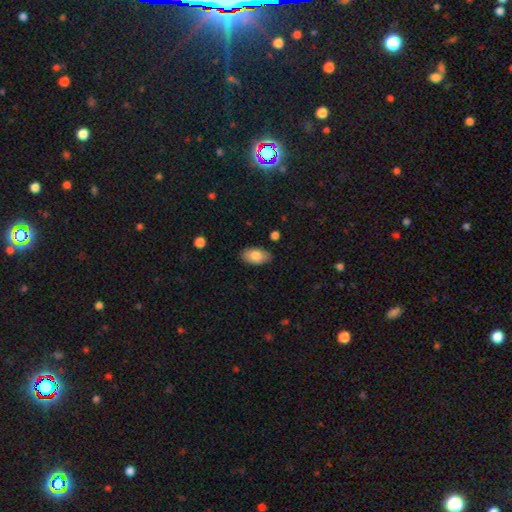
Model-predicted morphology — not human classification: A smooth galaxy with no disk features (80%) that is in between round and cigar-shaped (94%). Merging: none (84%).